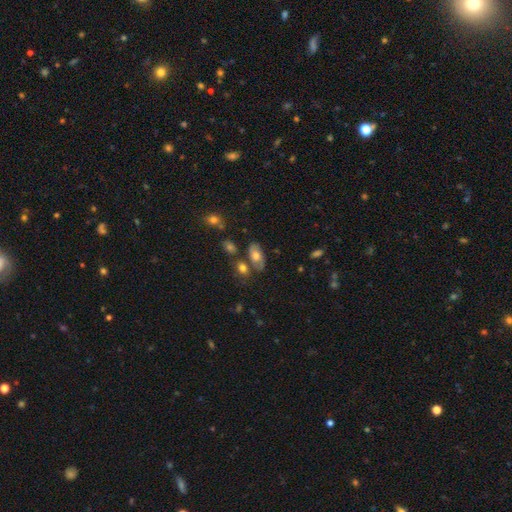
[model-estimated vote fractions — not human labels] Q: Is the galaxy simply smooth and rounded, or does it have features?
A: smooth — 60%.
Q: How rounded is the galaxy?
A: in between — 90%.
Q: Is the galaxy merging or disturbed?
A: none — 63%.